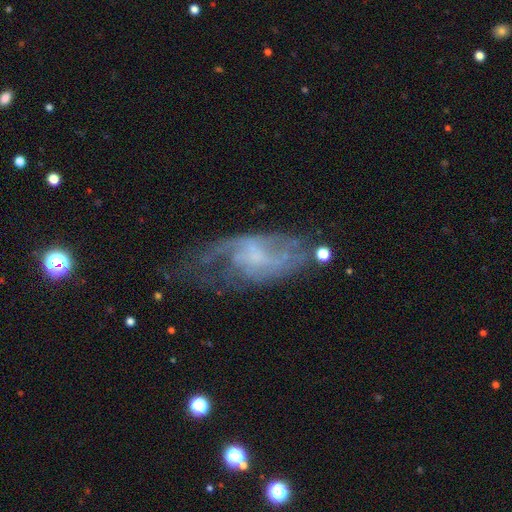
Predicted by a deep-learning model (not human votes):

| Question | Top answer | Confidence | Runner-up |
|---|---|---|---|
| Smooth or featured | featured or disk | 71% | smooth (20%) |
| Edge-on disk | no | 93% | yes (7%) |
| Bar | no | 54% | weak (38%) |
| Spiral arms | yes | 75% | no (25%) |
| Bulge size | none | 41% | small (37%) |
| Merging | none | 43% | major disturbance (28%) |